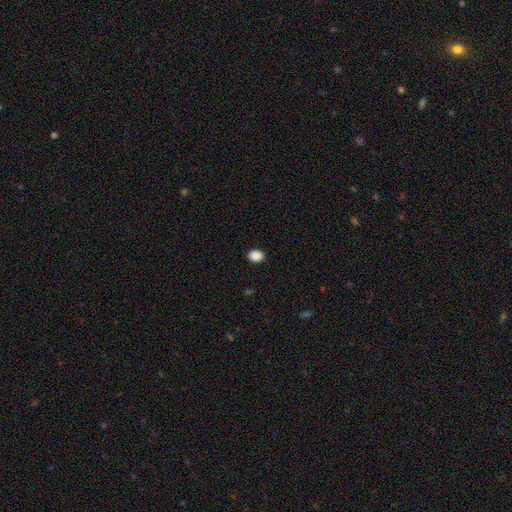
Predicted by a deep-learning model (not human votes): Q: Smooth or featured?
A: smooth (89%); runner-up: star or artifact (9%)
Q: How rounded?
A: round (51%); runner-up: in between (48%)
Q: Merging?
A: none (89%); runner-up: minor disturbance (8%)